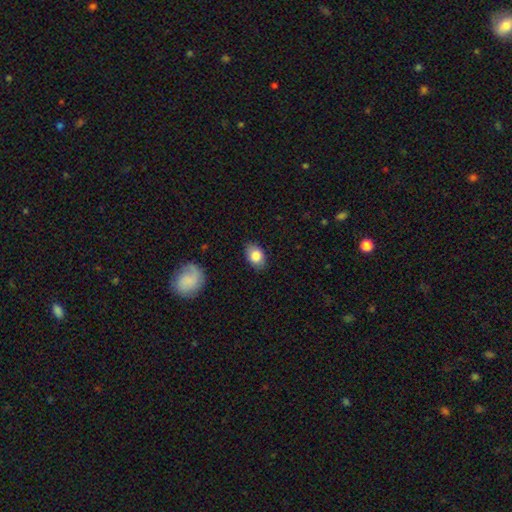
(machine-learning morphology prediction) This is clearly a smooth galaxy (84%). How rounded: clearly in between (81%). Merging: clearly none (82%).